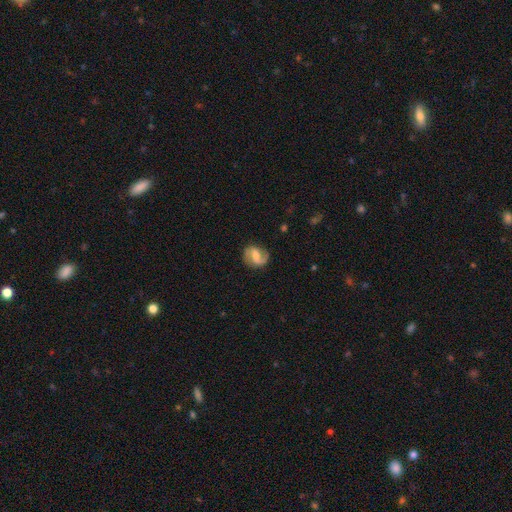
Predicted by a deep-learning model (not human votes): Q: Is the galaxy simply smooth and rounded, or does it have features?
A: featured or disk — 78%.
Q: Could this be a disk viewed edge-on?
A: no — 98%.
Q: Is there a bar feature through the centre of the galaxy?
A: weak — 49%.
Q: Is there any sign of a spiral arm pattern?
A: yes — 94%.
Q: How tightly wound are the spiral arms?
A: medium — 46%.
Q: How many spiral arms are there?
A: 2 — 87%.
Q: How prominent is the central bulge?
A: moderate — 35%.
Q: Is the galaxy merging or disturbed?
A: none — 80%.